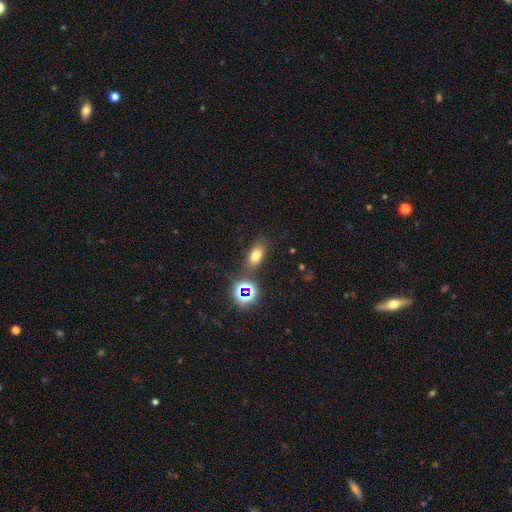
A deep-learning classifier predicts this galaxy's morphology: Smooth or featured? Predicted: smooth (p=0.67). How rounded? Predicted: in between (p=0.79). Merging? Predicted: none (p=0.78).